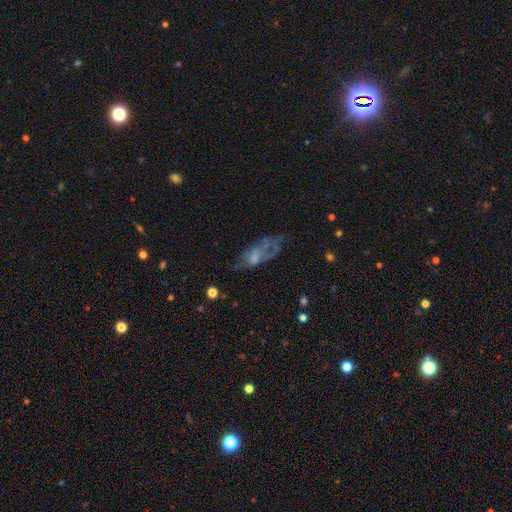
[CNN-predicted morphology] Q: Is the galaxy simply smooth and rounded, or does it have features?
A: featured or disk — 47%.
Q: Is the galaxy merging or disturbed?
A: none — 37%.